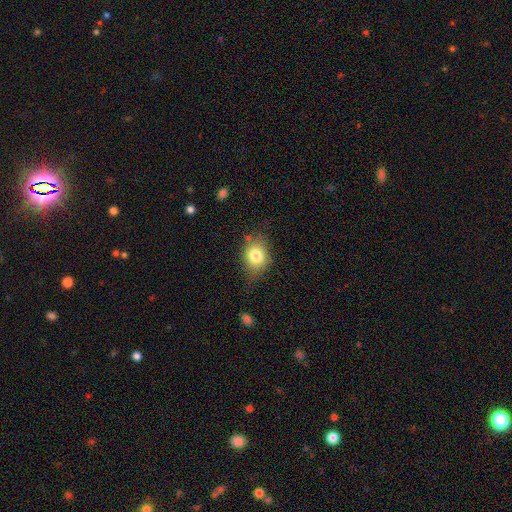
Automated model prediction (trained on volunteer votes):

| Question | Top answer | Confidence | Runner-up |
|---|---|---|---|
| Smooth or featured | smooth | 78% | featured or disk (12%) |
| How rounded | round | 53% | in between (46%) |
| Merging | none | 64% | minor disturbance (25%) |